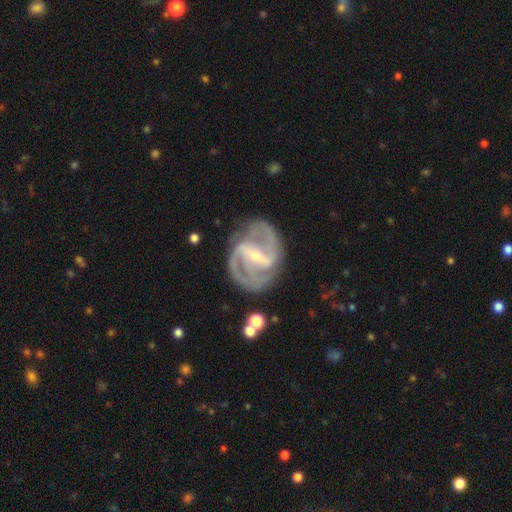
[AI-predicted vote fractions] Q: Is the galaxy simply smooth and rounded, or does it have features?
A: featured or disk — 92%.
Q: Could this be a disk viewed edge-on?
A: no — 98%.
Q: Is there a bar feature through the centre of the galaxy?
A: strong — 58%.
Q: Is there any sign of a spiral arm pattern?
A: yes — 98%.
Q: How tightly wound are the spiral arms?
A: medium — 56%.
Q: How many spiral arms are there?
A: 2 — 73%.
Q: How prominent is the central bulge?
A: small — 66%.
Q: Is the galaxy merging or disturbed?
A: none — 75%.